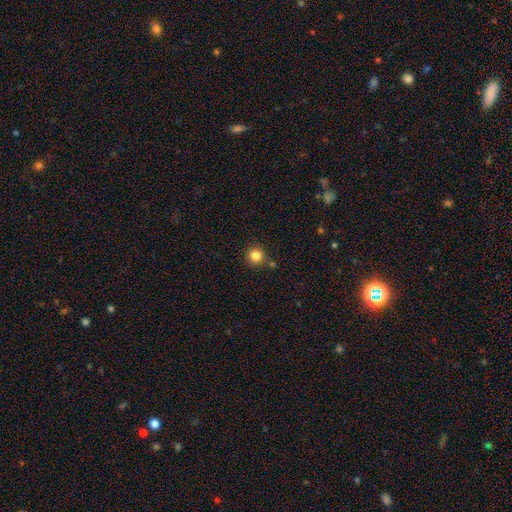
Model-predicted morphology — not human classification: Smooth or featured? smooth (84%)
How rounded? round (94%)
Merging? none (83%)